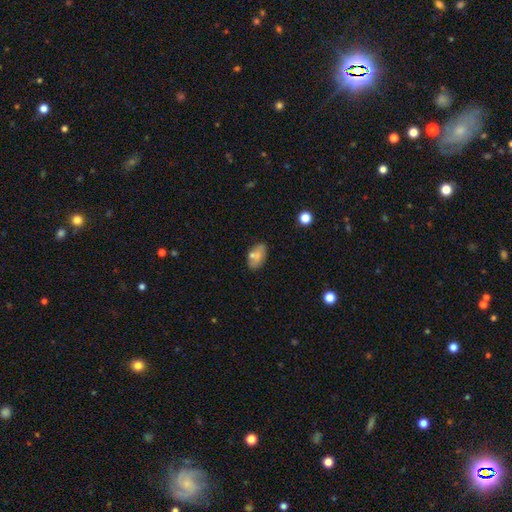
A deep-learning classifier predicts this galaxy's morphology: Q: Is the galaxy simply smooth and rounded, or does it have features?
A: smooth — 69%.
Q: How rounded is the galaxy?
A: in between — 91%.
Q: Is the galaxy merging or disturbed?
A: none — 65%.